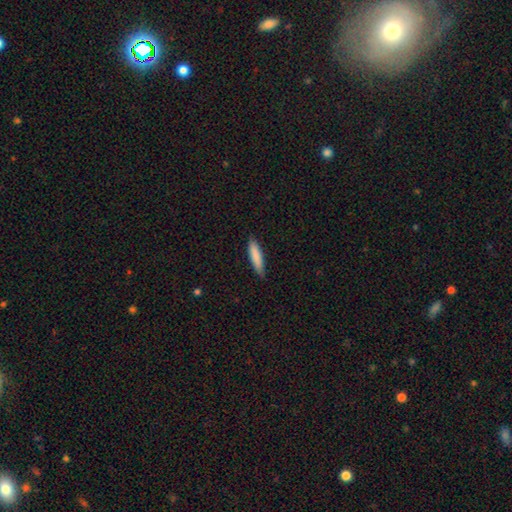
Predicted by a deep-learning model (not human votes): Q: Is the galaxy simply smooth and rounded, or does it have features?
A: smooth — 83%.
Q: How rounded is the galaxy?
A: cigar-shaped — 80%.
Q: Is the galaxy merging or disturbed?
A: none — 85%.